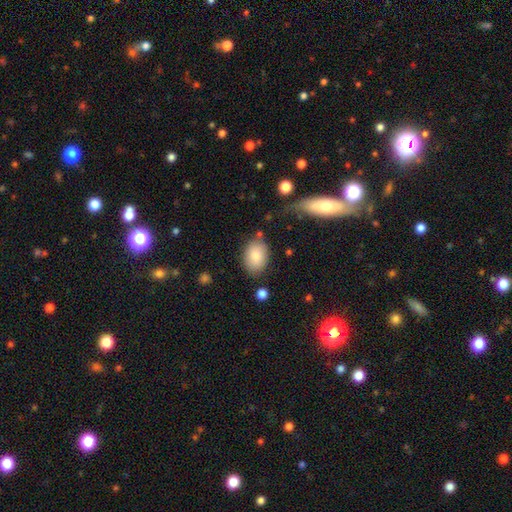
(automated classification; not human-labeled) This appears to be a smooth galaxy with no disk features (81%) that is in between round and cigar-shaped (82%). Merging: none (78%).